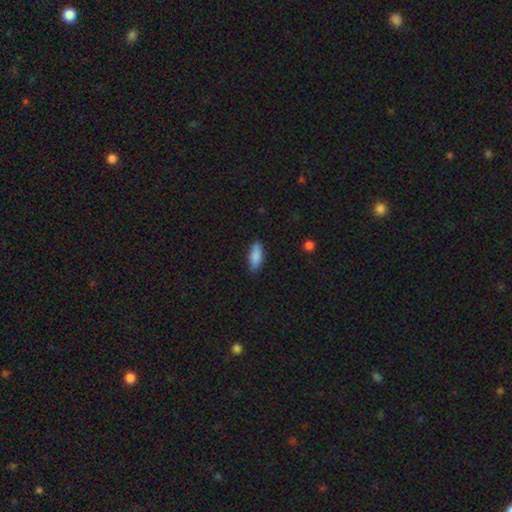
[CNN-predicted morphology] This is clearly a smooth galaxy (86%). How rounded: likely in between (75%). Merging: clearly none (84%).